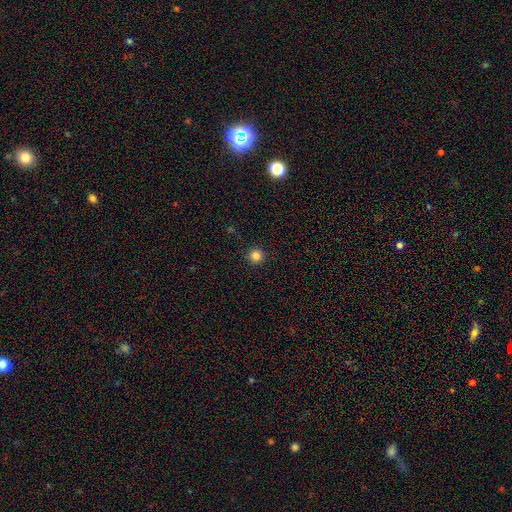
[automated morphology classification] A smooth galaxy with no disk features (84%) that is round (95%).

Vote fractions:
- Smooth or featured? smooth: 84% / star or artifact: 12% / featured or disk: 4%
- How rounded? round: 95% / in between: 4% / cigar-shaped: 1%
- Merging? none: 92% / minor disturbance: 5% / major disturbance: 2% / merger: 1%